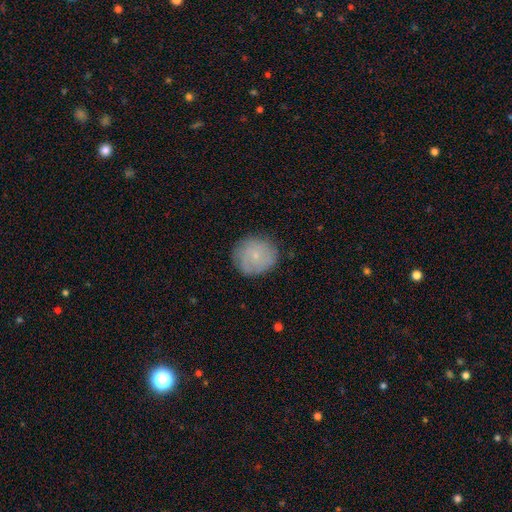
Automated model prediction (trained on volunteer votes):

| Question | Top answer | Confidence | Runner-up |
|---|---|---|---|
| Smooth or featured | smooth | 62% | featured or disk (30%) |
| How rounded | round | 86% | in between (13%) |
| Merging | none | 81% | minor disturbance (14%) |